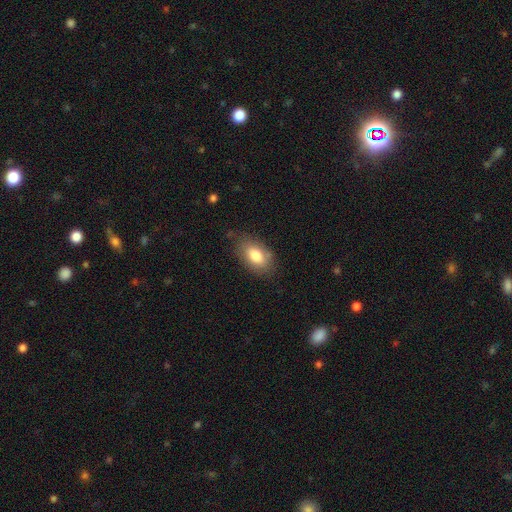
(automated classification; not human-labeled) Smooth or featured? smooth (80%)
How rounded? in between (91%)
Merging? none (74%)